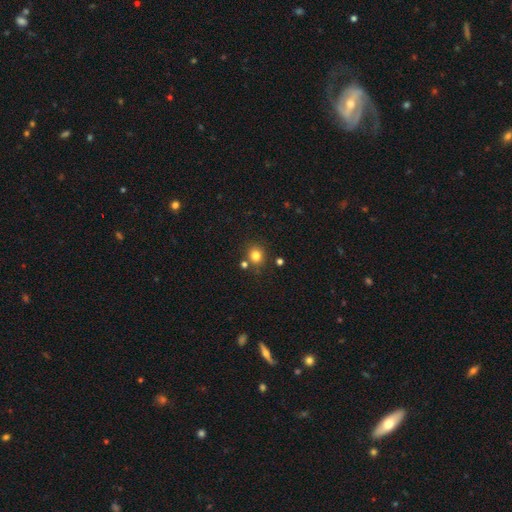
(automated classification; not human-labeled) Smooth or featured? smooth (80%)
How rounded? round (83%)
Merging? none (78%)